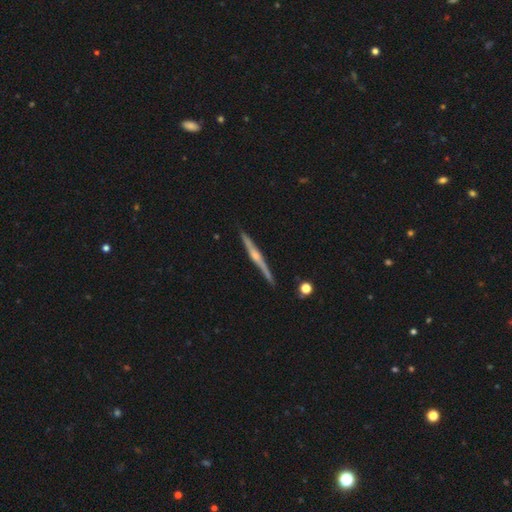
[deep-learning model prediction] This appears to be a featured or disk galaxy (82%) viewed edge-on (98%) with a rounded central bulge (83%). Merging: none (90%).